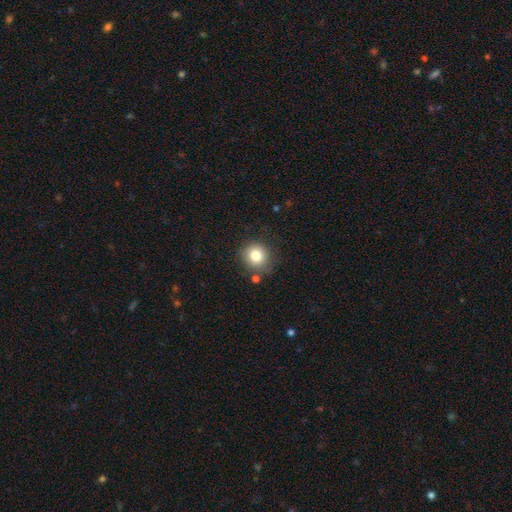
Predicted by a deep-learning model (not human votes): A smooth galaxy with no disk features (81%) that is round (89%). Merging: none (81%).